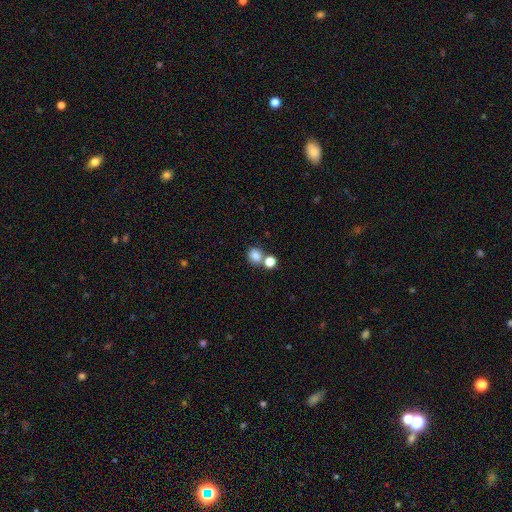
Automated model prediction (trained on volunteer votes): Smooth or featured? smooth (82%)
How rounded? round (79%)
Merging? none (56%)